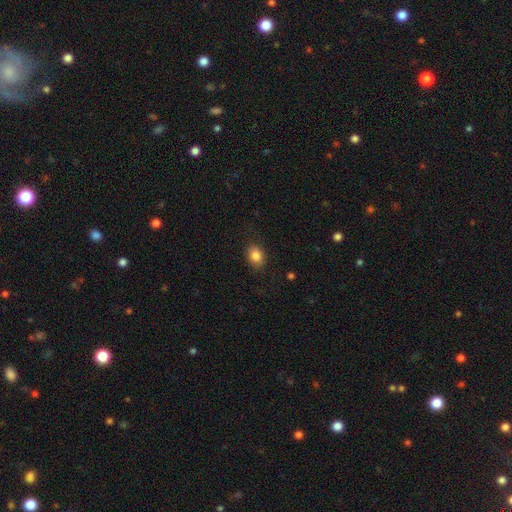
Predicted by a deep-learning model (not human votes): smooth_or_featured: smooth (p=0.85) [alt: star or artifact p=0.09]
how_rounded: in between (p=0.65) [alt: round p=0.34]
merging: none (p=0.83) [alt: minor disturbance p=0.13]